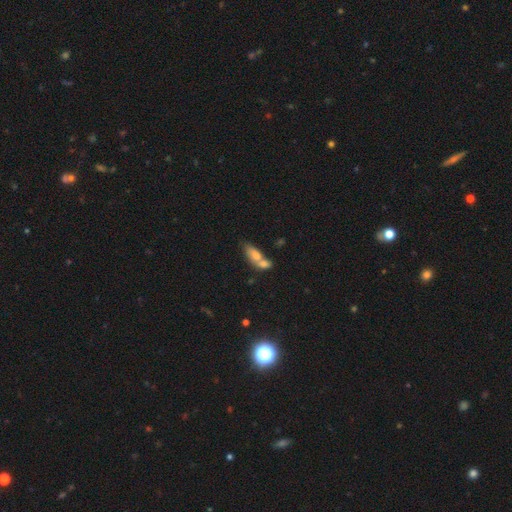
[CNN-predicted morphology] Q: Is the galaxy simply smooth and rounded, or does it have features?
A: smooth — 71%.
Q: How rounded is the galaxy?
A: in between — 73%.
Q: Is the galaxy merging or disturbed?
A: merger — 61%.